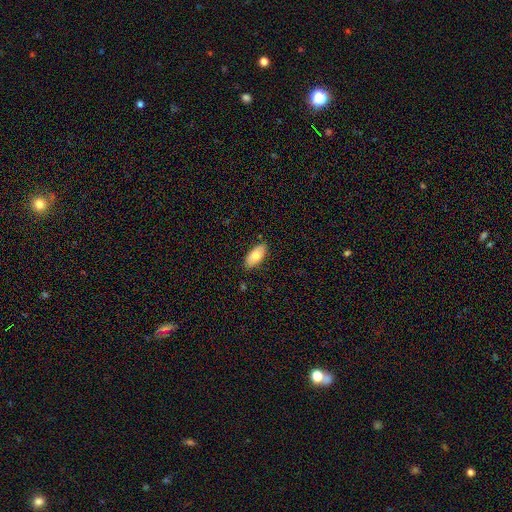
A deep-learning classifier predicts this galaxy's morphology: Smooth or featured: smooth — 72% (featured or disk — 22%)
How rounded: in between — 92% (cigar-shaped — 6%)
Merging: none — 86% (minor disturbance — 11%)